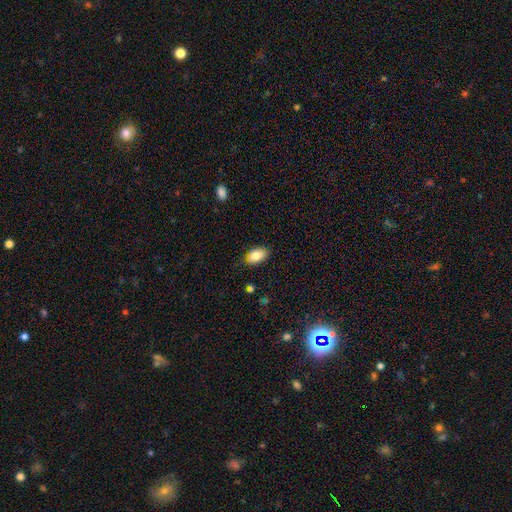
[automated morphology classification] Overall: smooth (82%). How rounded: in between (91%). Merging: none (78%).